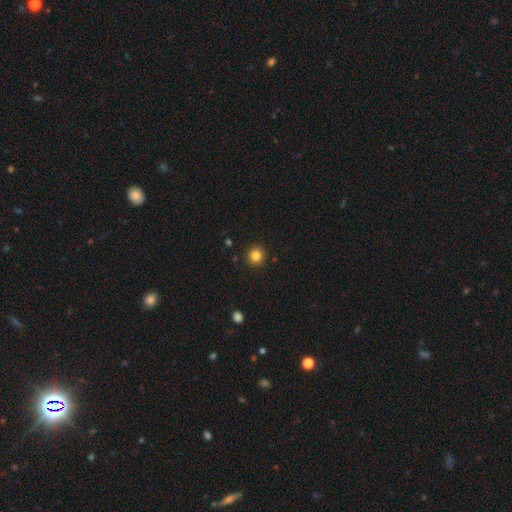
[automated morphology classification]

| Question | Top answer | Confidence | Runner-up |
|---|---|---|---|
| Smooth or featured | smooth | 84% | star or artifact (11%) |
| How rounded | round | 94% | in between (5%) |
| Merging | none | 92% | minor disturbance (5%) |